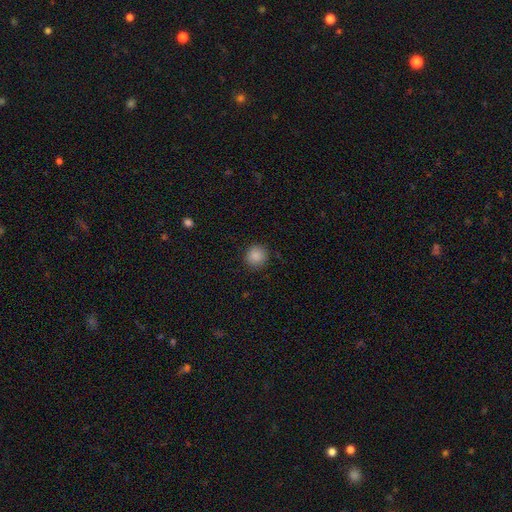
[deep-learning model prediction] Smooth or featured? Predicted: smooth (p=0.87). How rounded? Predicted: round (p=0.93). Merging? Predicted: none (p=0.91).